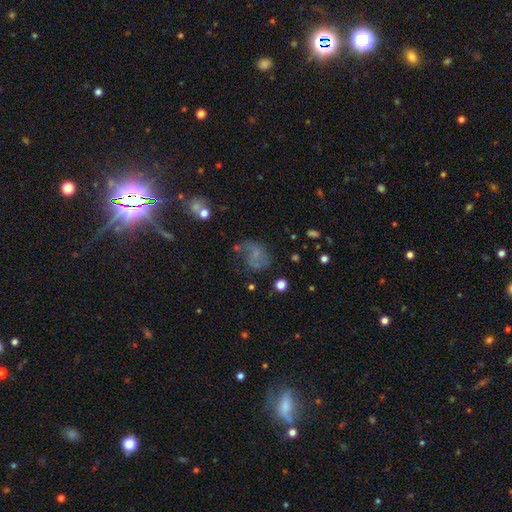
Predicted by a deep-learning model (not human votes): A smooth galaxy with no disk features (42%).

Vote fractions:
- Smooth or featured? smooth: 42% / featured or disk: 36% / star or artifact: 22%
- Merging? none: 40% / major disturbance: 28% / minor disturbance: 25% / merger: 7%